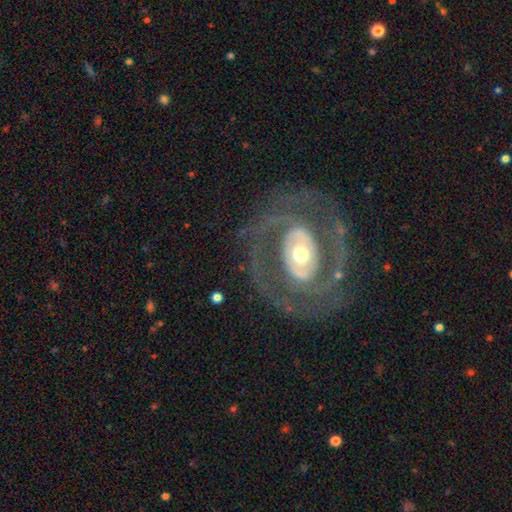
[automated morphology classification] type=featured or disk (83%); edge-on=no (96%); bar=no (50%); spiral arms=yes (77%); winding=tight (51%); arm count=2 (73%); bulge=moderate (52%); merging=none (78%).